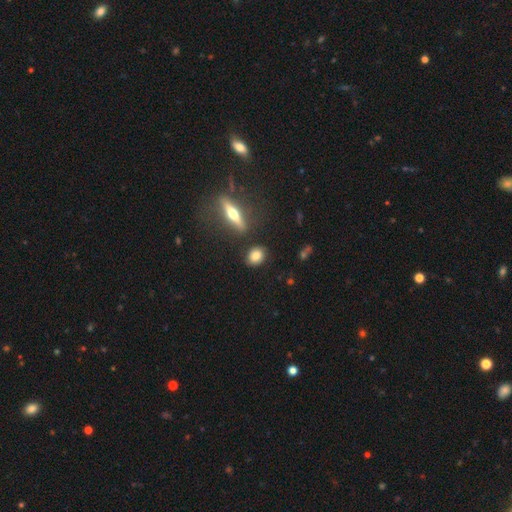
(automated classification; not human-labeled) Q: Smooth or featured?
A: smooth (79%); runner-up: featured or disk (13%)
Q: How rounded?
A: round (50%); runner-up: in between (46%)
Q: Merging?
A: none (86%); runner-up: minor disturbance (8%)